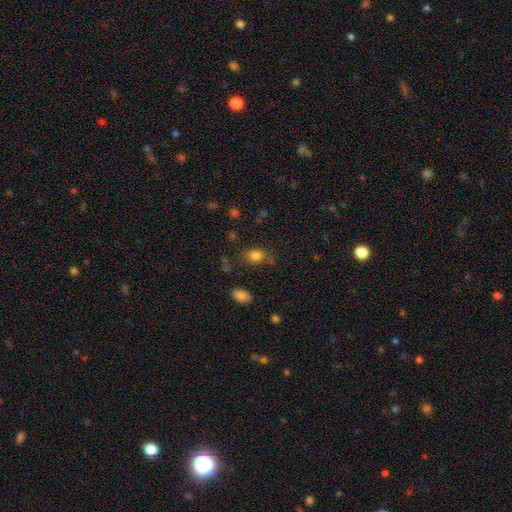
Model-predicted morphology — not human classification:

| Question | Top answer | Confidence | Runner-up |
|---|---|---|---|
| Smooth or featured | smooth | 82% | star or artifact (11%) |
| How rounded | in between | 68% | round (31%) |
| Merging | none | 71% | minor disturbance (18%) |